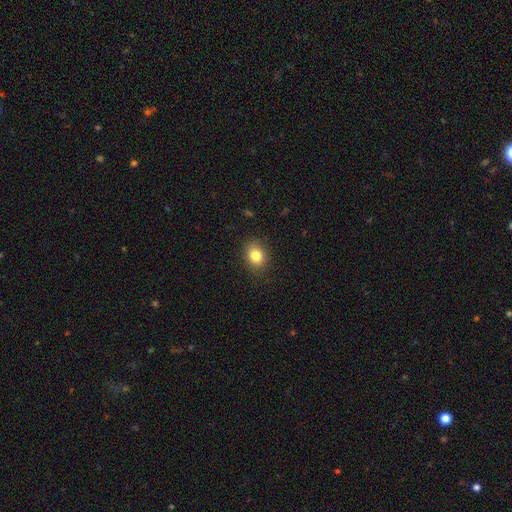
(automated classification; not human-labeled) Q: Smooth or featured?
A: smooth (82%); runner-up: star or artifact (10%)
Q: How rounded?
A: round (51%); runner-up: in between (48%)
Q: Merging?
A: none (87%); runner-up: minor disturbance (9%)